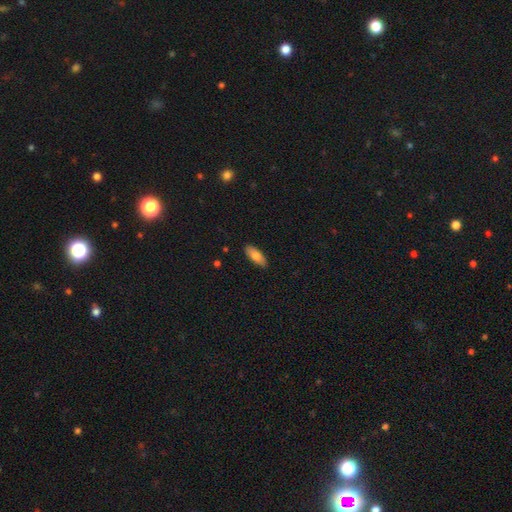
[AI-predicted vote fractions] Smooth or featured: smooth — 77% (featured or disk — 17%)
How rounded: in between — 76% (cigar-shaped — 22%)
Merging: none — 88% (minor disturbance — 9%)